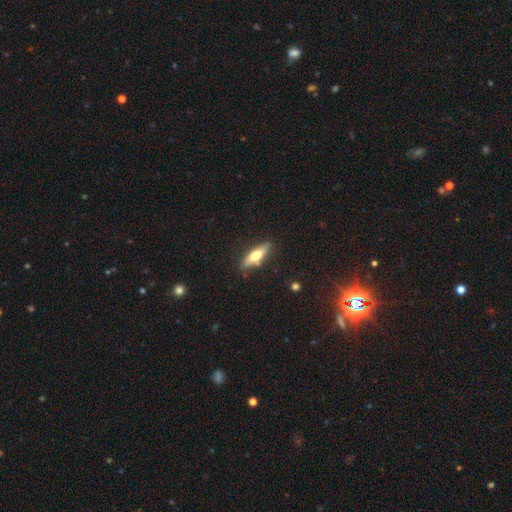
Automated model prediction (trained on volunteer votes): smooth-or-featured: smooth: 51% | featured or disk: 43% | star or artifact: 6%
  how-rounded: cigar-shaped: 62% | in between: 35% | round: 3%
  merging: none: 85% | minor disturbance: 11% | major disturbance: 2% | merger: 2%